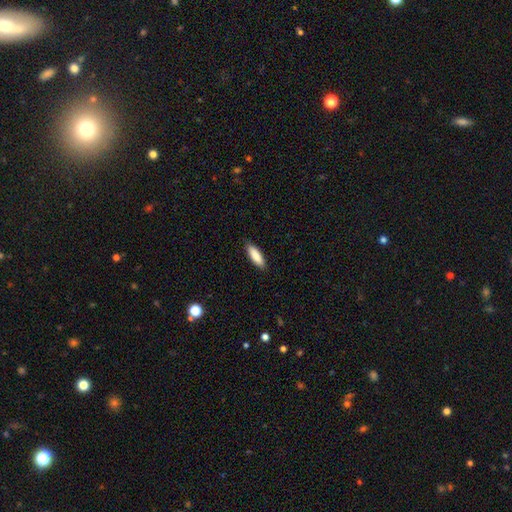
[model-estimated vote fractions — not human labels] Smooth or featured: smooth — 87% (featured or disk — 8%)
How rounded: cigar-shaped — 50% (in between — 48%)
Merging: none — 89% (minor disturbance — 8%)